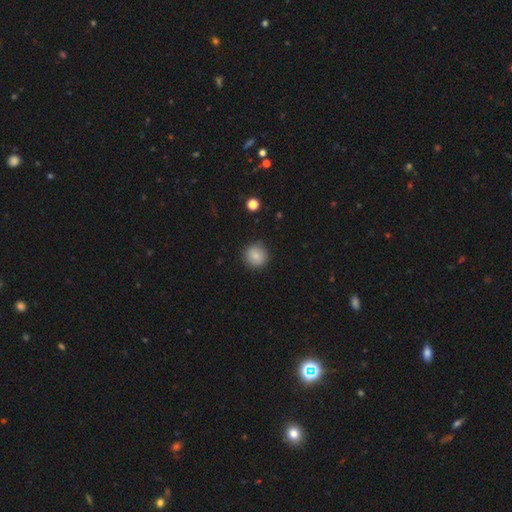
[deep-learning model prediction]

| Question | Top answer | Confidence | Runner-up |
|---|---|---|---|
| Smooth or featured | smooth | 84% | star or artifact (9%) |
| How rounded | round | 92% | in between (7%) |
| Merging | none | 88% | minor disturbance (8%) |